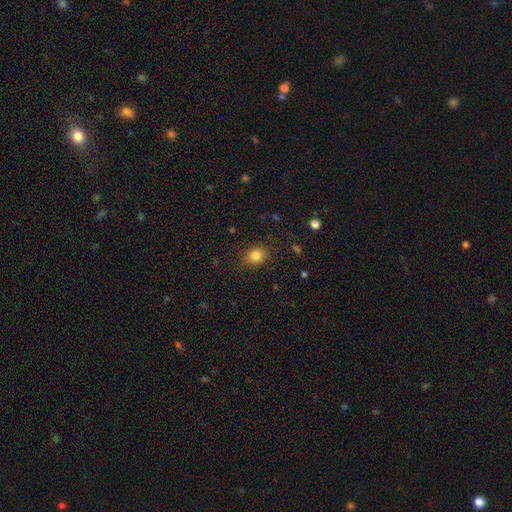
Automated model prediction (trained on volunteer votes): A smooth galaxy with no disk features (83%) that is round (51%).

Vote fractions:
- Smooth or featured? smooth: 83% / star or artifact: 11% / featured or disk: 6%
- How rounded? round: 51% / in between: 48% / cigar-shaped: 1%
- Merging? none: 84% / minor disturbance: 11% / major disturbance: 3% / merger: 1%